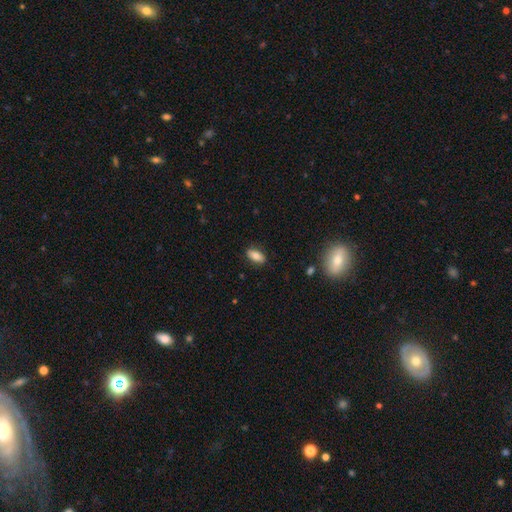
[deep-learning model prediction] Smooth or featured? Predicted: smooth (p=0.79). How rounded? Predicted: in between (p=0.88). Merging? Predicted: none (p=0.86).